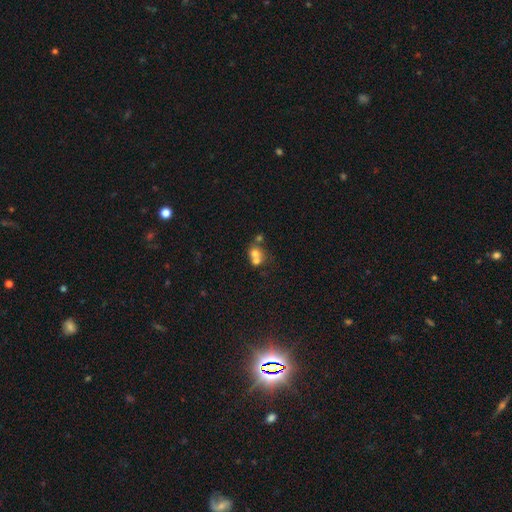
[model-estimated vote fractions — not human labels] A smooth galaxy with no disk features (65%) that is round (74%).

Vote fractions:
- Smooth or featured? smooth: 65% / featured or disk: 21% / star or artifact: 14%
- How rounded? round: 74% / in between: 25% / cigar-shaped: 1%
- Merging? merger: 63% / none: 28% / minor disturbance: 6% / major disturbance: 4%